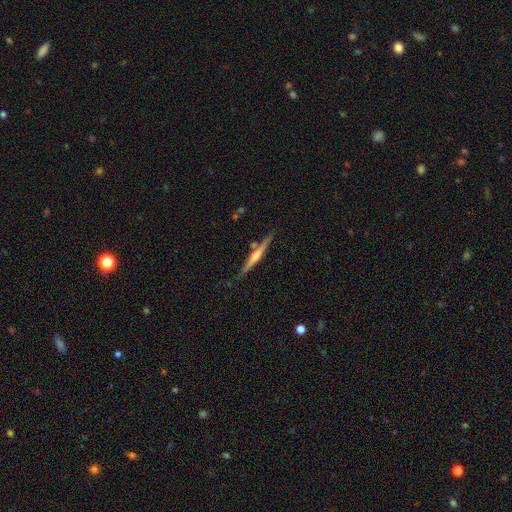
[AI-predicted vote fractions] This is likely a featured or disk galaxy (73%). It is clearly viewed edge-on (98%). Edge-on bulge: likely rounded (67%). Merging: clearly none (85%).